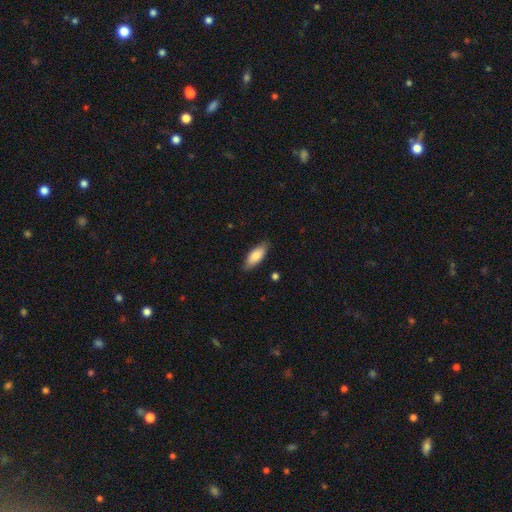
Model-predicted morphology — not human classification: smooth 83%, featured or disk 11%, star or artifact 6%. Down the decision tree: how rounded — in between (79%); merging — none (84%).